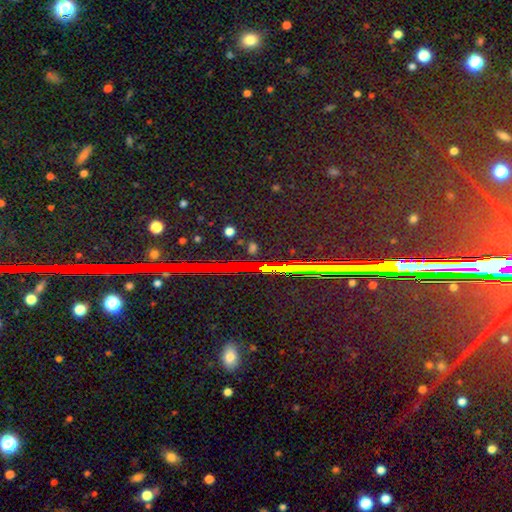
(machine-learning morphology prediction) Smooth or featured: star or artifact — 82% (featured or disk — 10%)